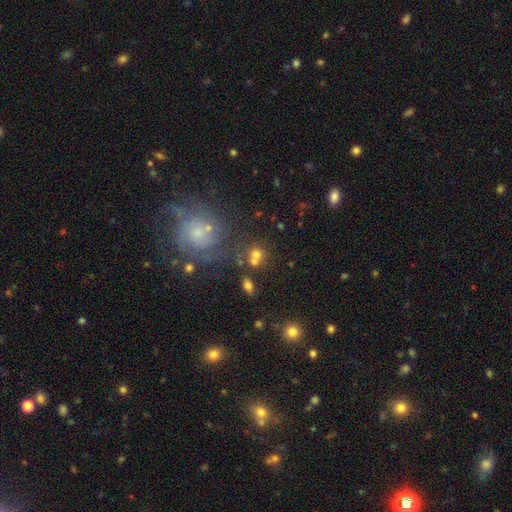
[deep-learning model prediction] A smooth galaxy with no disk features (66%) that is round (76%).

Vote fractions:
- Smooth or featured? smooth: 66% / star or artifact: 17% / featured or disk: 17%
- How rounded? round: 76% / in between: 22% / cigar-shaped: 2%
- Merging? none: 59% / merger: 23% / minor disturbance: 12% / major disturbance: 7%